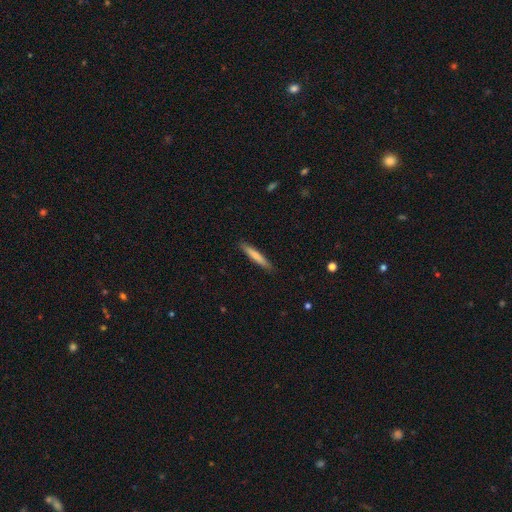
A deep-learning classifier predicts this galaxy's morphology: Smooth or featured?
  - smooth: 71% *
  - featured or disk: 24%
  - star or artifact: 5%
How rounded?
  - cigar-shaped: 93% *
  - in between: 5%
  - round: 1%
Merging?
  - none: 89% *
  - minor disturbance: 8%
  - major disturbance: 2%
  - merger: 1%